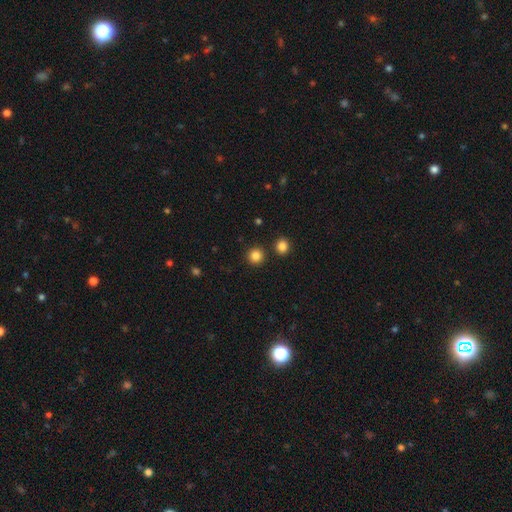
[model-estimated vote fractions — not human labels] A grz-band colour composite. It shows a smooth galaxy with no disk features (85%) that is round (94%). Merging: none (89%).